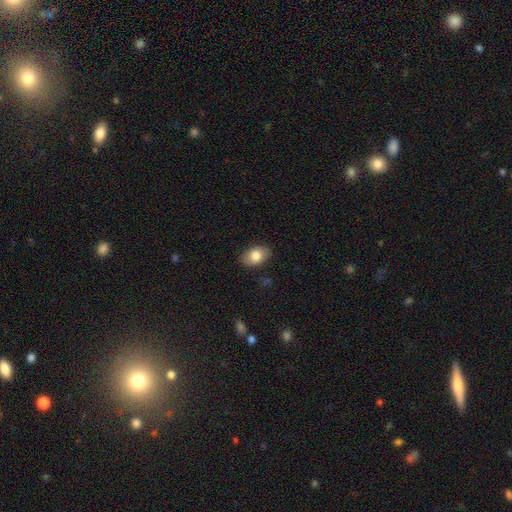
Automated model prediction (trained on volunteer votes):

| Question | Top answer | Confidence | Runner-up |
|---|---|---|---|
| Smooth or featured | smooth | 81% | featured or disk (11%) |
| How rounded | in between | 86% | round (13%) |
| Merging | none | 87% | minor disturbance (10%) |